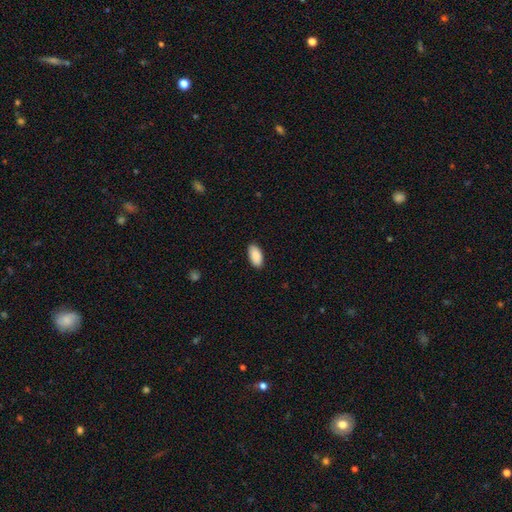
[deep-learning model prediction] smooth_or_featured: smooth (p=0.91) [alt: star or artifact p=0.06]
how_rounded: in between (p=0.95) [alt: cigar-shaped p=0.03]
merging: none (p=0.88) [alt: minor disturbance p=0.09]